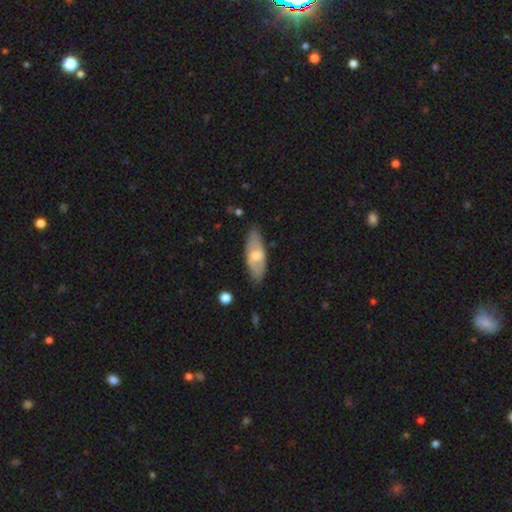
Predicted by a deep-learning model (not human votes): This is possibly a smooth galaxy (53%). How rounded: likely in between (74%). Merging: clearly none (80%).